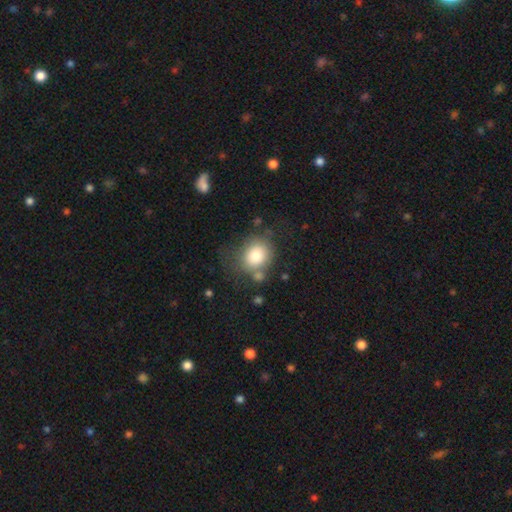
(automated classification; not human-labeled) Smooth or featured? Predicted: smooth (p=0.78). How rounded? Predicted: round (p=0.67). Merging? Predicted: none (p=0.61).